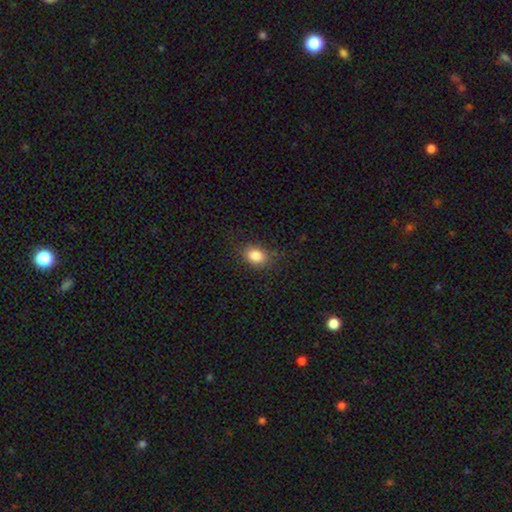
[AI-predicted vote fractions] Morphology: type=smooth (84%); roundness=in between (65%); merging=none (79%).